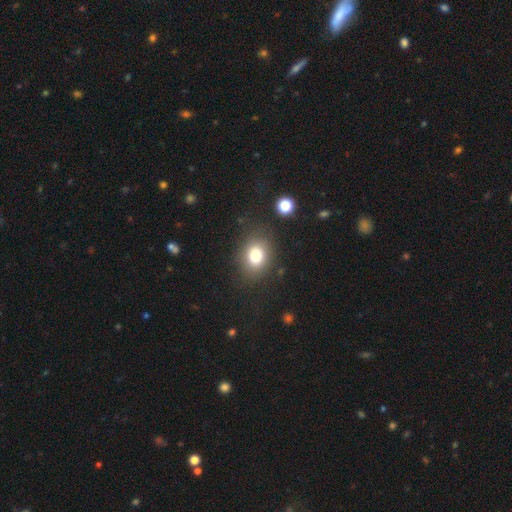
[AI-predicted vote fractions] This is clearly a smooth galaxy (81%). How rounded: possibly in between (54%). Merging: likely none (77%).